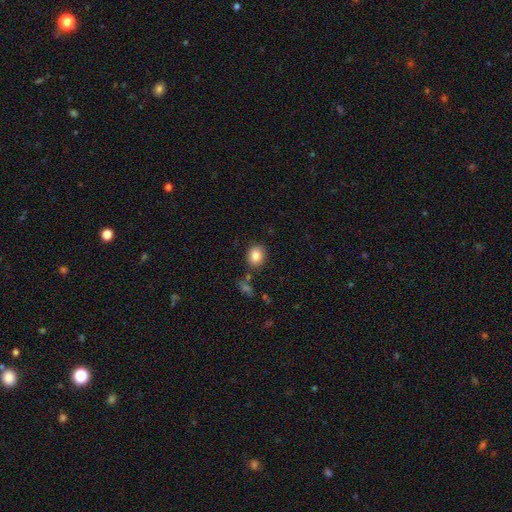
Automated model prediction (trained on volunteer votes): The model was most divided on "how rounded": round: 62%, in between: 37%, cigar-shaped: 1%. More confident: smooth or featured — smooth (84%); merging — none (83%).